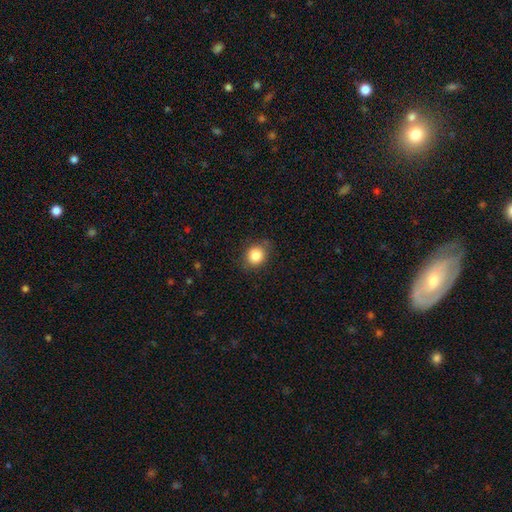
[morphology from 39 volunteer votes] A smooth galaxy with no disk features (87%) that is round (74%). Merging: none (86%).